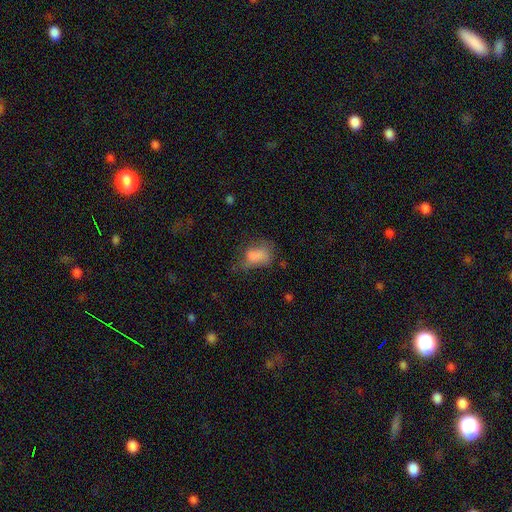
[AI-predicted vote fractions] Morphology: type=smooth (72%); roundness=in between (83%); merging=major disturbance (31%, tied with none).